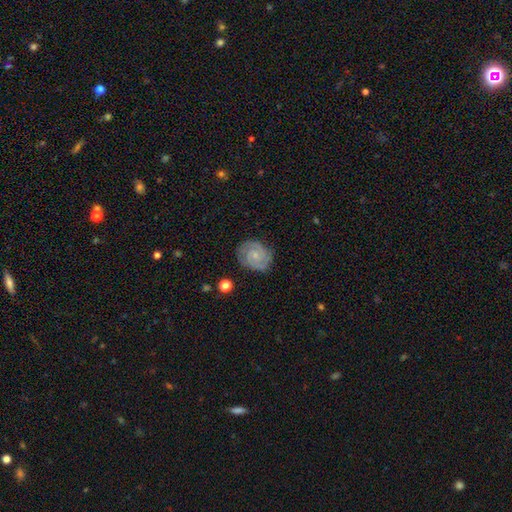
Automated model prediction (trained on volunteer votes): This appears to be a featured or disk galaxy (82%) with no bar (66%), 2 (64%) tight (65%) spiral arms (97%) and a small central bulge (71%). Merging: none (81%).